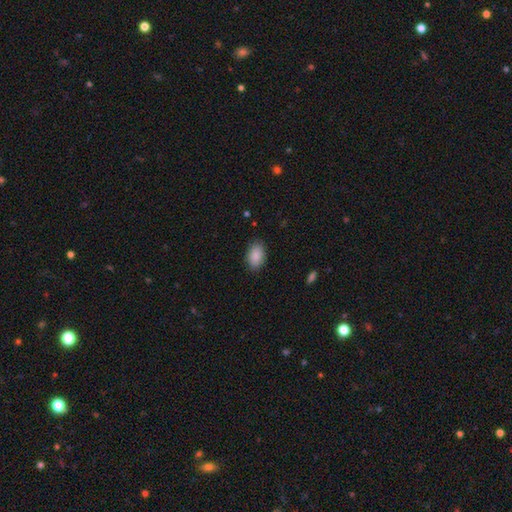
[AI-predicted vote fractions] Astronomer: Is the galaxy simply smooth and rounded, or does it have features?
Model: smooth — 88%.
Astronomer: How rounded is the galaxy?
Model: in between — 90%.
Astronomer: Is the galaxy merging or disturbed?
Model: none — 85%.